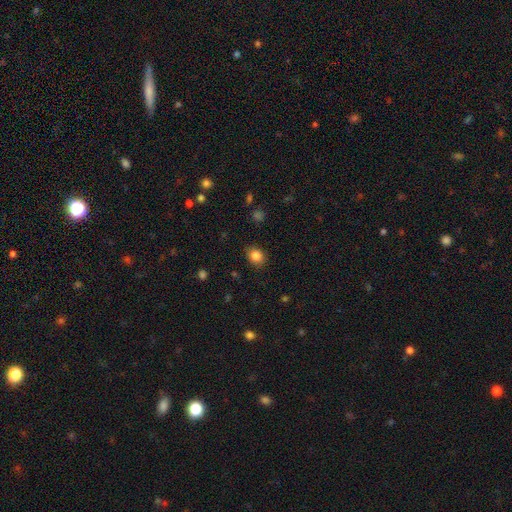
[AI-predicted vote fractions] Smooth or featured: smooth — 85% (star or artifact — 10%)
How rounded: round — 57% (in between — 42%)
Merging: none — 85% (minor disturbance — 11%)